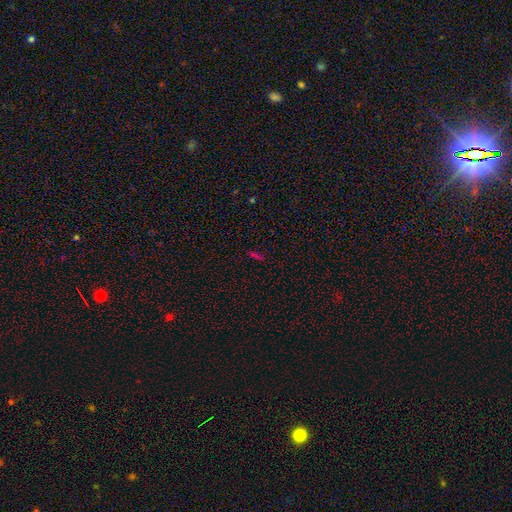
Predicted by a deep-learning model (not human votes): The model was most divided on "smooth or featured": smooth: 46%, star or artifact: 43%, featured or disk: 11%. More confident: merging — none (82%).